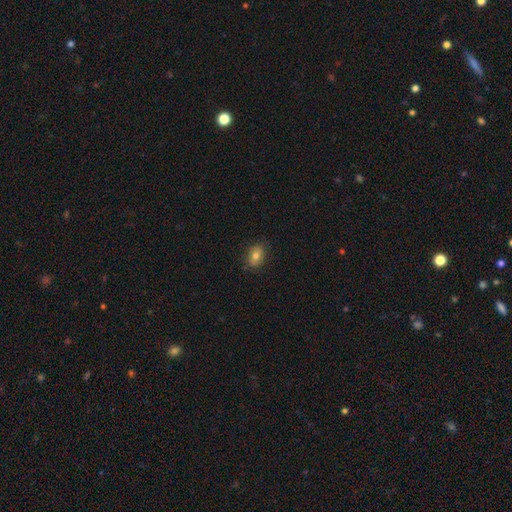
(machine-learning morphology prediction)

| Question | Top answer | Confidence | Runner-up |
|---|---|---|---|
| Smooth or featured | smooth | 79% | featured or disk (12%) |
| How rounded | in between | 77% | round (22%) |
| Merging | none | 83% | minor disturbance (13%) |